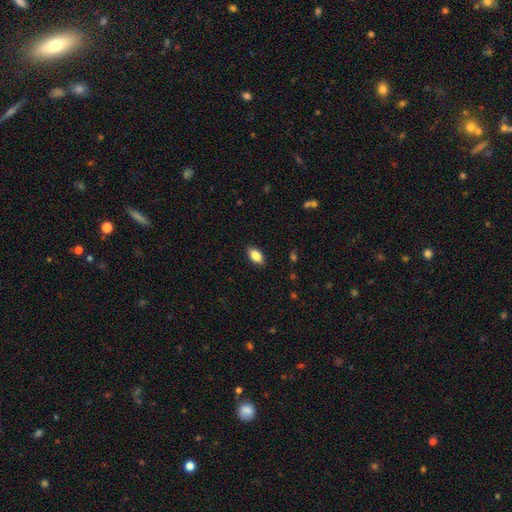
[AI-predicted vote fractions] smooth_or_featured: smooth (p=0.84) [alt: featured or disk p=0.08]
how_rounded: in between (p=0.91) [alt: round p=0.05]
merging: none (p=0.88) [alt: minor disturbance p=0.09]